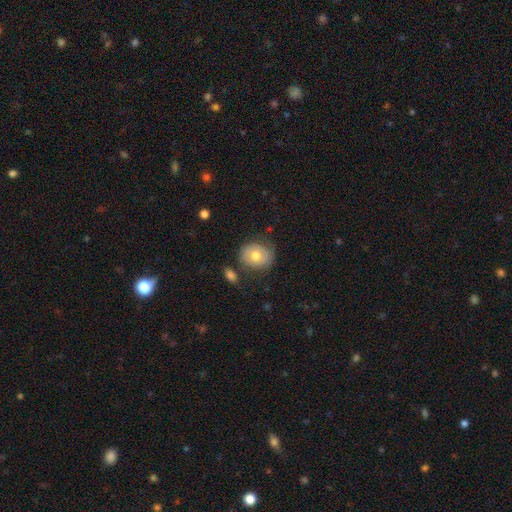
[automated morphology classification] A smooth galaxy with no disk features (61%) that is round (59%). Merging: none (70%).